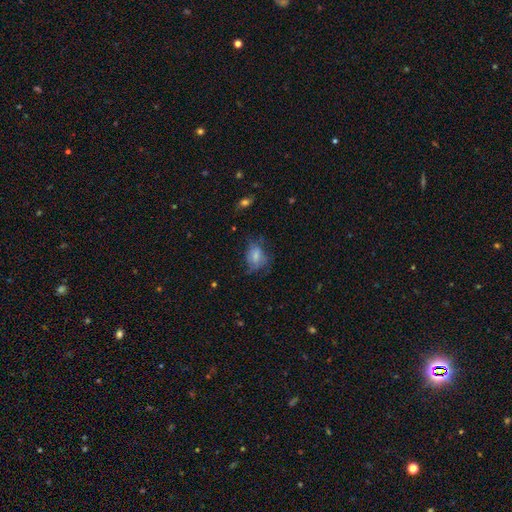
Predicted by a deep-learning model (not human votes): smooth_or_featured: smooth (p=0.63) [alt: featured or disk p=0.27]
how_rounded: in between (p=0.71) [alt: round p=0.27]
merging: none (p=0.43) [alt: minor disturbance p=0.31]